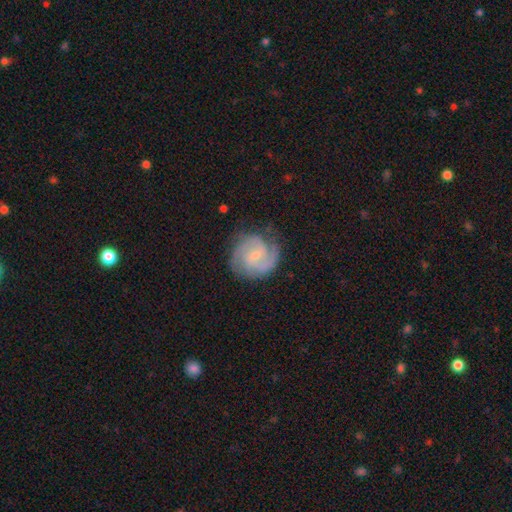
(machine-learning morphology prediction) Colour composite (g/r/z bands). It shows a featured or disk galaxy (84%) with a weak bar (49%), 2 (46%) medium (46%) spiral arms (97%) and a small central bulge (69%). Merging: none (74%).